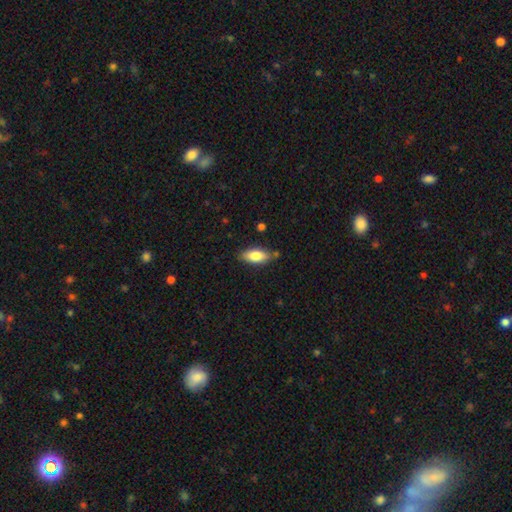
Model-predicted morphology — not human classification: type=smooth (79%); roundness=in between (84%); merging=none (79%).